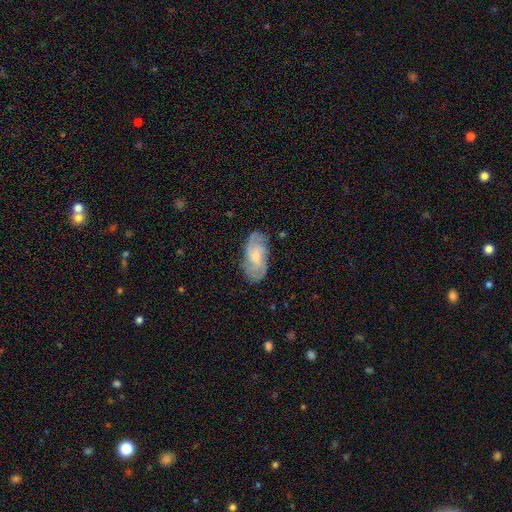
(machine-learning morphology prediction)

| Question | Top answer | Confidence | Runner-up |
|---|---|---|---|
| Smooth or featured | featured or disk | 63% | smooth (30%) |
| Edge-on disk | no | 95% | yes (5%) |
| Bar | no | 55% | weak (39%) |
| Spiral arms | yes | 91% | no (9%) |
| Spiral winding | medium | 45% | tight (34%) |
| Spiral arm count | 2 | 39% | can't tell (27%) |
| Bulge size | small | 46% | moderate (41%) |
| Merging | none | 77% | minor disturbance (17%) |